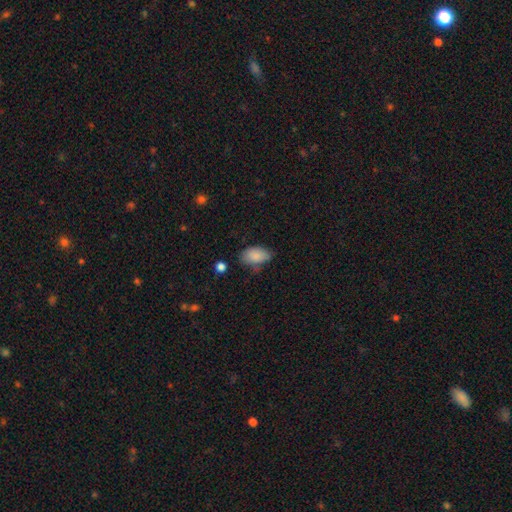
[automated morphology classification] Smooth or featured? Predicted: smooth (p=0.85). How rounded? Predicted: in between (p=0.91). Merging? Predicted: none (p=0.60).